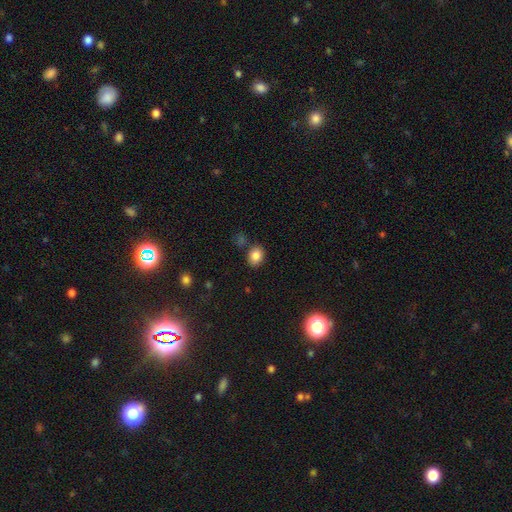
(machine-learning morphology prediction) smooth 84%, star or artifact 10%, featured or disk 6%. Down the decision tree: how rounded — in between (57%); merging — none (80%).